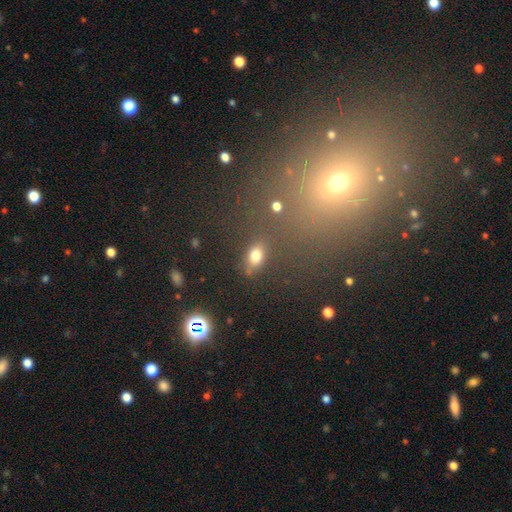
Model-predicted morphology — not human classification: Smooth or featured?
  - smooth: 75% *
  - star or artifact: 16%
  - featured or disk: 9%
How rounded?
  - in between: 75% *
  - round: 20%
  - cigar-shaped: 5%
Merging?
  - none: 73% *
  - minor disturbance: 15%
  - merger: 6%
  - major disturbance: 6%